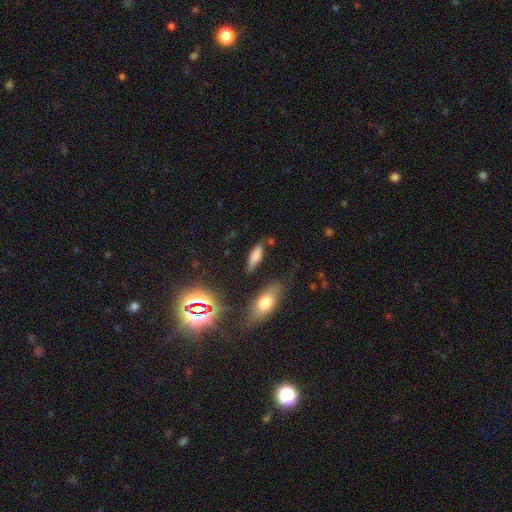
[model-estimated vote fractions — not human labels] smooth 74%, star or artifact 14%, featured or disk 12%. Down the decision tree: how rounded — in between (58%); merging — none (71%).